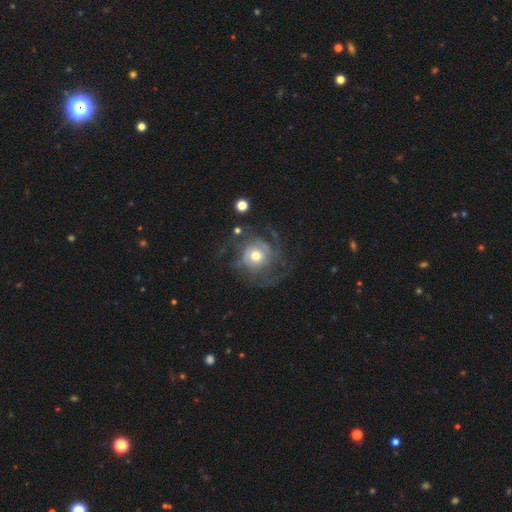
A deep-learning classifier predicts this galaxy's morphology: A featured or disk galaxy (65%) with no bar (82%), spiral arms (75%) and a moderate central bulge (65%). Merging: none (52%).